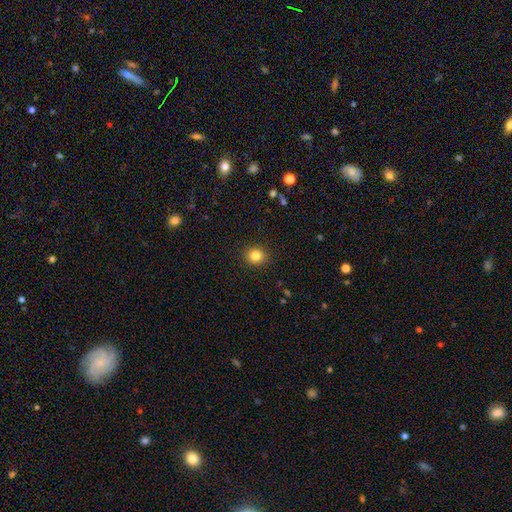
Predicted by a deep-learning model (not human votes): smooth-or-featured: smooth: 83% | star or artifact: 11% | featured or disk: 6%
  how-rounded: round: 75% | in between: 24% | cigar-shaped: 1%
  merging: none: 91% | minor disturbance: 6% | major disturbance: 2% | merger: 1%